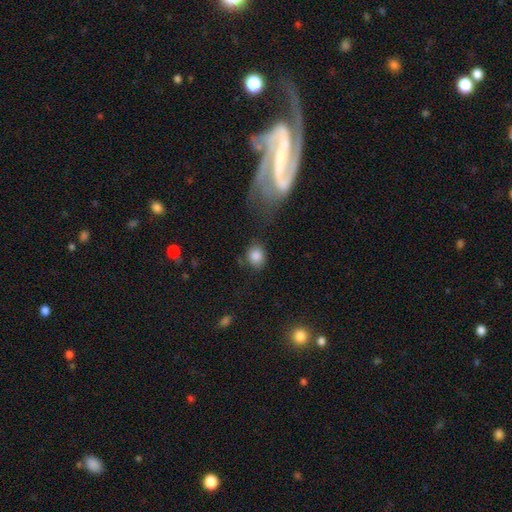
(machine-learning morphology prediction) This appears to be a smooth galaxy with no disk features (85%) that is round (64%). Merging: none (69%).